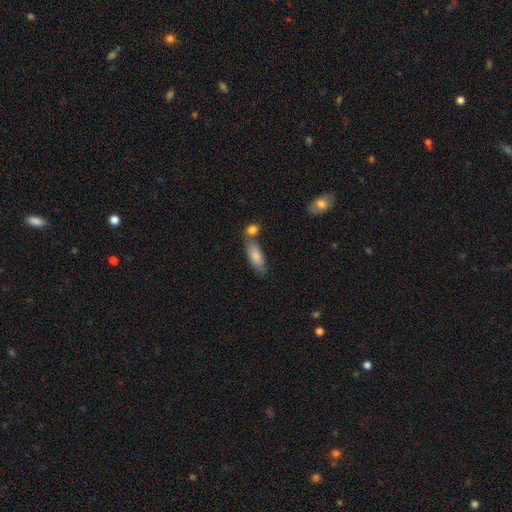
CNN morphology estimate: Q: Smooth or featured?
A: smooth (79%); runner-up: featured or disk (15%)
Q: How rounded?
A: in between (77%); runner-up: cigar-shaped (21%)
Q: Merging?
A: none (52%); runner-up: merger (29%)